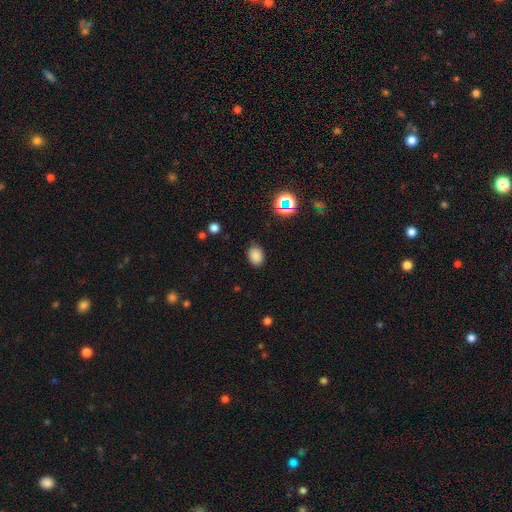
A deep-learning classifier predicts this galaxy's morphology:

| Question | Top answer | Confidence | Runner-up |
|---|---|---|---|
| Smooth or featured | smooth | 81% | star or artifact (14%) |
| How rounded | in between | 69% | round (30%) |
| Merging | none | 77% | minor disturbance (17%) |